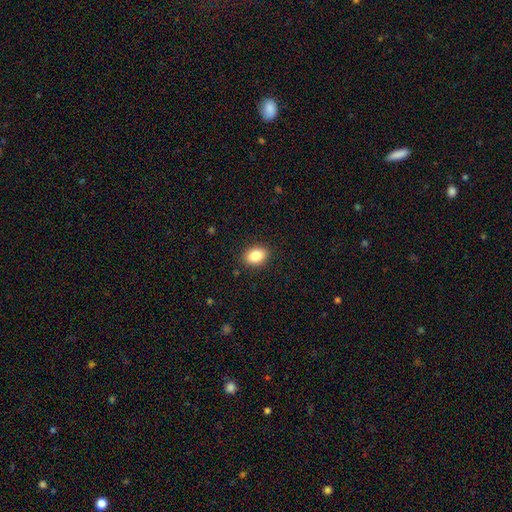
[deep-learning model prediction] A smooth galaxy with no disk features (86%) that is in between round and cigar-shaped (76%). Merging: none (88%).